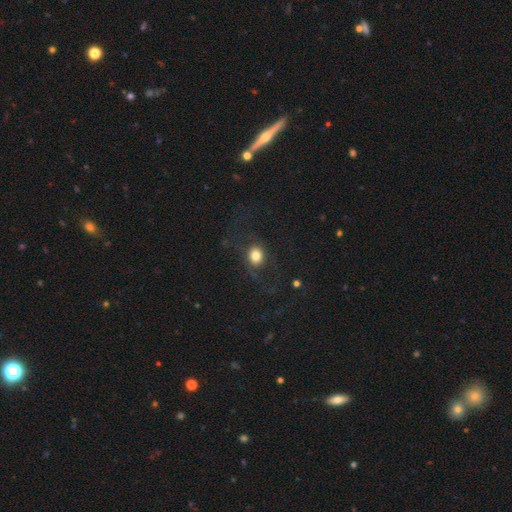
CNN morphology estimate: This is likely a smooth galaxy (68%). How rounded: likely round (64%). Merging: likely none (62%).